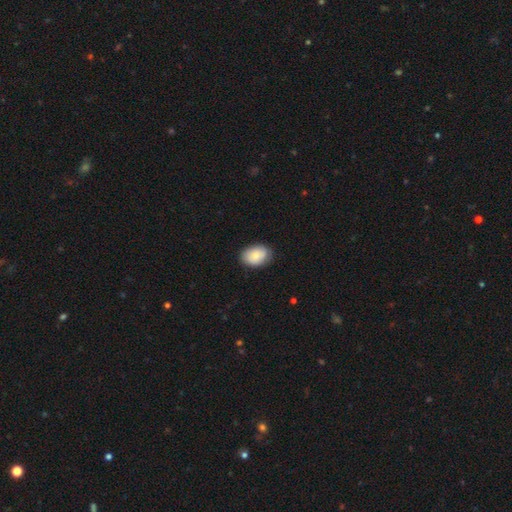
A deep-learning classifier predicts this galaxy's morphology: smooth_or_featured: smooth (p=0.82) [alt: featured or disk p=0.11]
how_rounded: in between (p=0.82) [alt: round p=0.17]
merging: none (p=0.84) [alt: minor disturbance p=0.12]